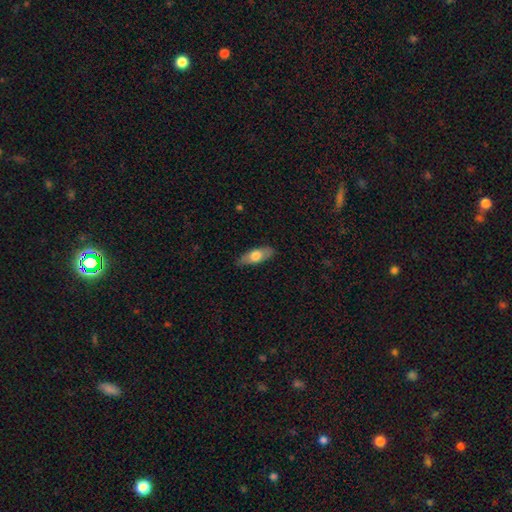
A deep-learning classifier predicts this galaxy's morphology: The model was most divided on "smooth or featured": smooth: 64%, featured or disk: 30%, star or artifact: 6%. More confident: merging — none (84%); how rounded — in between (72%).